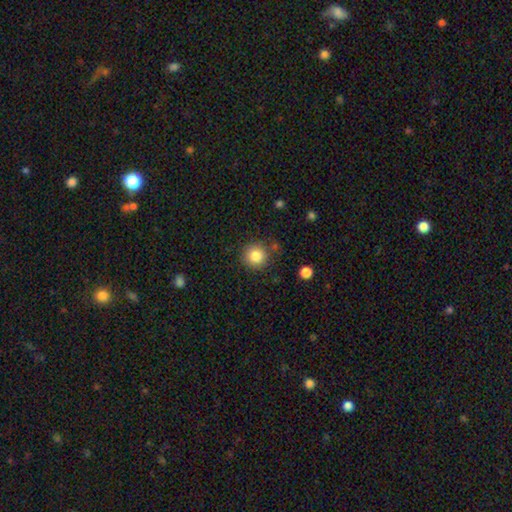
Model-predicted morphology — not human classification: Q: Smooth or featured?
A: smooth (84%); runner-up: star or artifact (10%)
Q: How rounded?
A: round (93%); runner-up: in between (6%)
Q: Merging?
A: none (83%); runner-up: minor disturbance (10%)